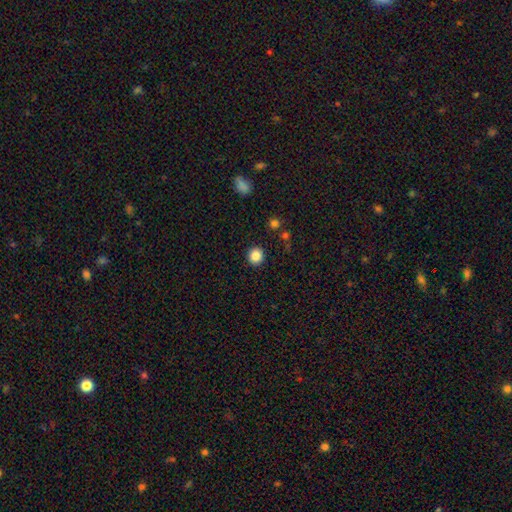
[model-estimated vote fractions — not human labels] smooth 86%, star or artifact 10%, featured or disk 4%. Down the decision tree: how rounded — round (89%); merging — none (91%).